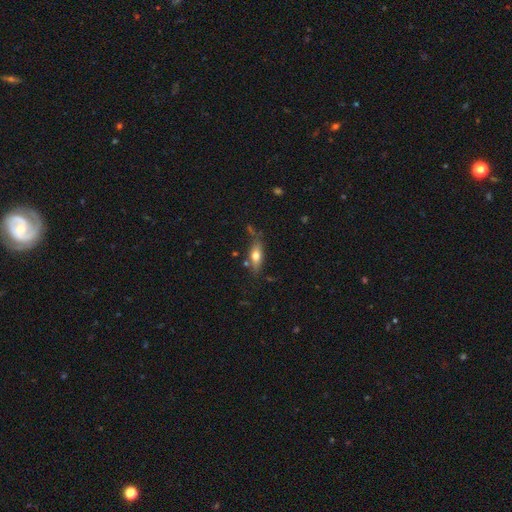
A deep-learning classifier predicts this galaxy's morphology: Smooth or featured? smooth (65%)
How rounded? in between (67%)
Merging? none (70%)